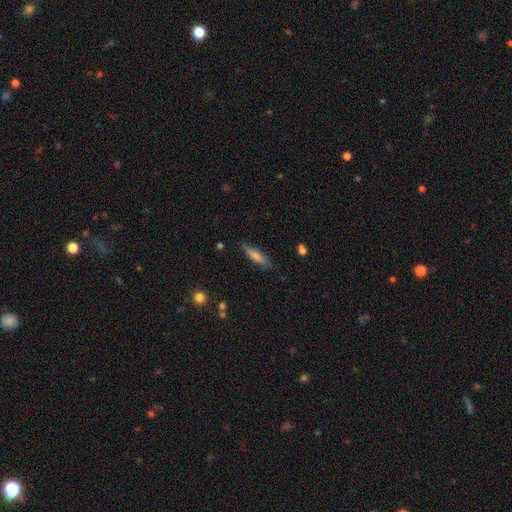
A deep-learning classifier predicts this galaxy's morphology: Smooth or featured? smooth (57%)
How rounded? cigar-shaped (73%)
Merging? none (80%)